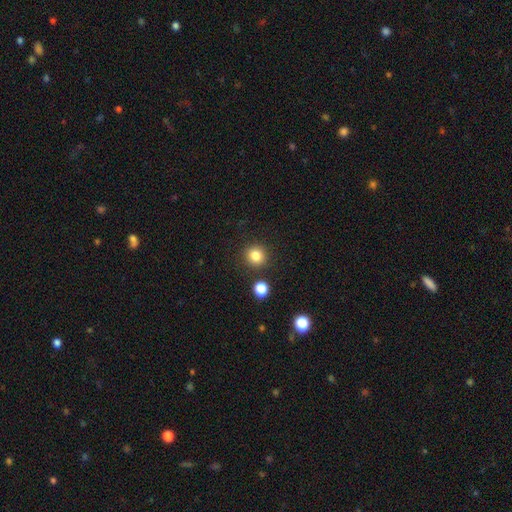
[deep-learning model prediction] Q: Smooth or featured?
A: smooth (83%); runner-up: star or artifact (12%)
Q: How rounded?
A: round (92%); runner-up: in between (7%)
Q: Merging?
A: none (87%); runner-up: minor disturbance (6%)